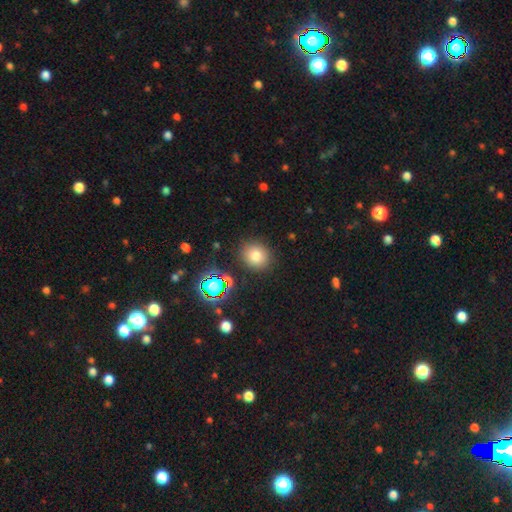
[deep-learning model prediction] Smooth or featured? Predicted: smooth (p=0.76). How rounded? Predicted: round (p=0.79). Merging? Predicted: none (p=0.87).